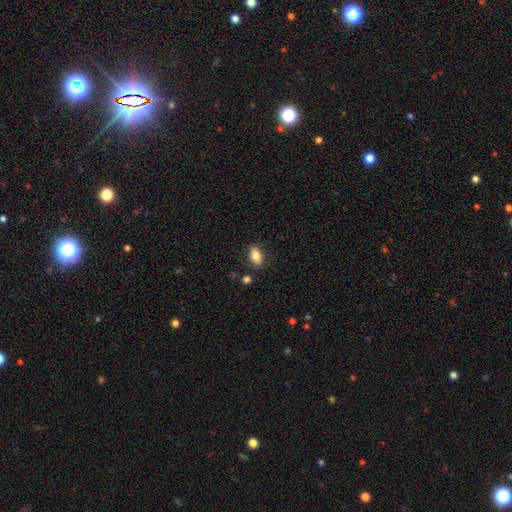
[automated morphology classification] This appears to be a smooth galaxy with no disk features (82%) that is in between round and cigar-shaped (91%). Merging: none (84%).